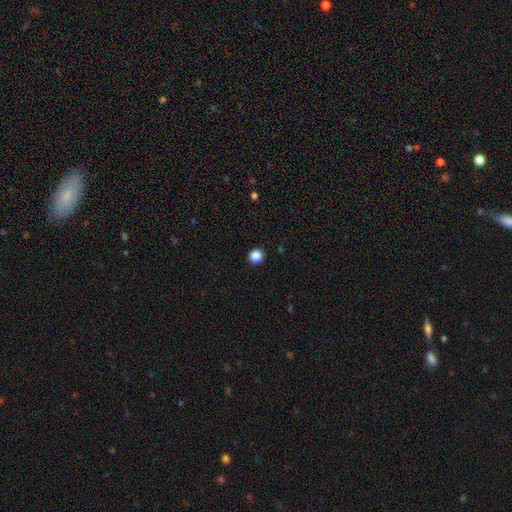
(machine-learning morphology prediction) The model was most divided on "smooth or featured": smooth: 87%, star or artifact: 10%, featured or disk: 3%. More confident: how rounded — round (94%); merging — none (93%).